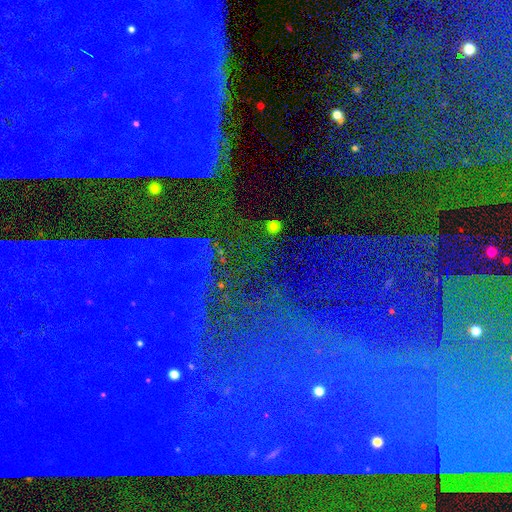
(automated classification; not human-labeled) Morphology: type=star or artifact (77%).